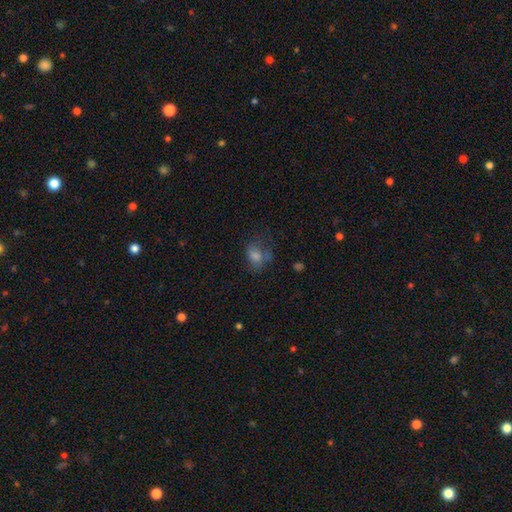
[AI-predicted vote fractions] This is likely a smooth galaxy (64%). How rounded: possibly in between (59%). Merging: possibly none (46%).